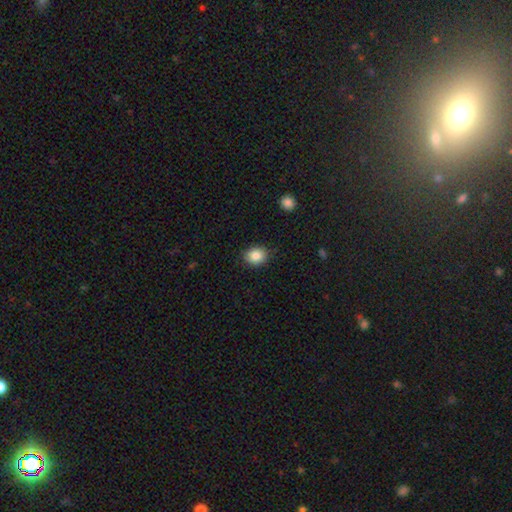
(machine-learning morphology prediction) type=smooth (86%); roundness=round (54%); merging=none (88%).